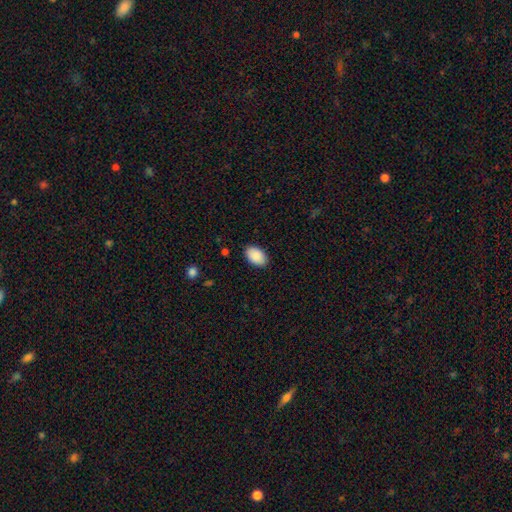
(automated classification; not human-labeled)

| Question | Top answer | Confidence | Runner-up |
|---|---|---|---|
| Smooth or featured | smooth | 91% | star or artifact (6%) |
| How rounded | in between | 93% | round (6%) |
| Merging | none | 88% | minor disturbance (9%) |